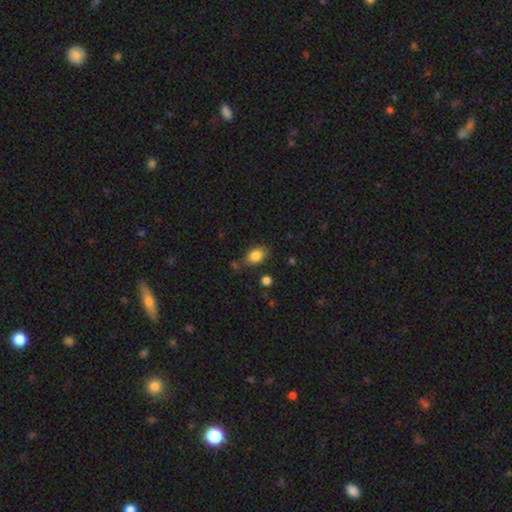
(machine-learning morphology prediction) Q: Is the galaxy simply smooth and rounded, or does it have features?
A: smooth — 86%.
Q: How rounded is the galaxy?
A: in between — 70%.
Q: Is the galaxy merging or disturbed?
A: none — 74%.